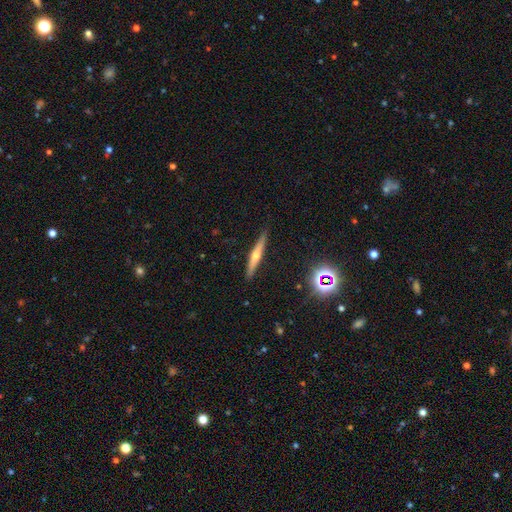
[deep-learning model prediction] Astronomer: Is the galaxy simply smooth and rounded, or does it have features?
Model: featured or disk — 58%.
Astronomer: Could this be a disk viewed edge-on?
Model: yes — 96%.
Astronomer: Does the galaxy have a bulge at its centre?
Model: rounded — 85%.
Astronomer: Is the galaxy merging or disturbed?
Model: none — 88%.